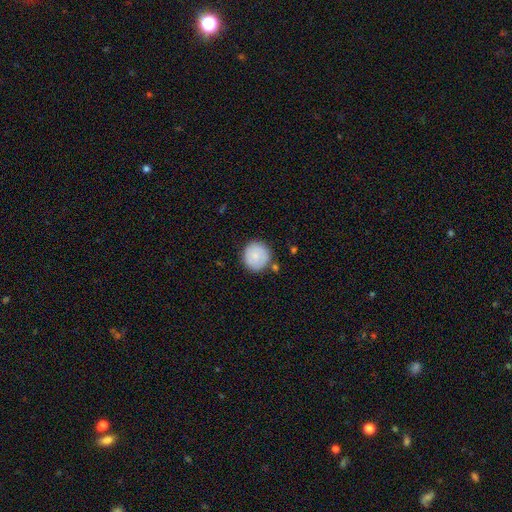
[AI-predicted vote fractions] Smooth or featured? Predicted: smooth (p=0.77). How rounded? Predicted: round (p=0.93). Merging? Predicted: none (p=0.82).